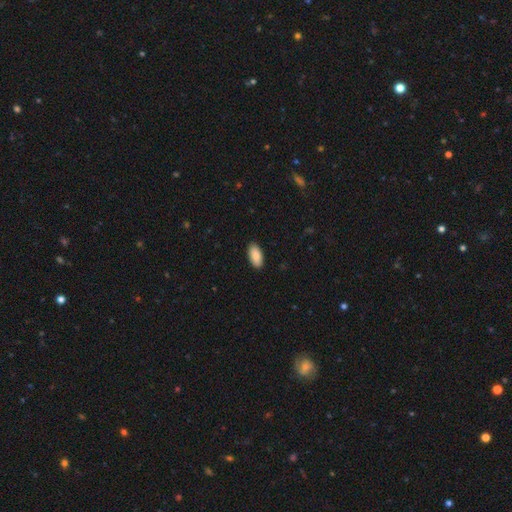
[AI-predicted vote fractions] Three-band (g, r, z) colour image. It shows a smooth galaxy with no disk features (89%) that is in between round and cigar-shaped (94%). Merging: none (90%).